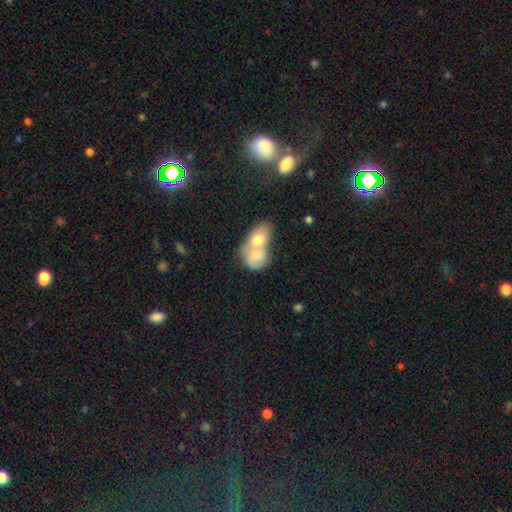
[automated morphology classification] Smooth or featured: smooth — 73% (featured or disk — 21%)
How rounded: in between — 63% (round — 34%)
Merging: merger — 81% (none — 11%)